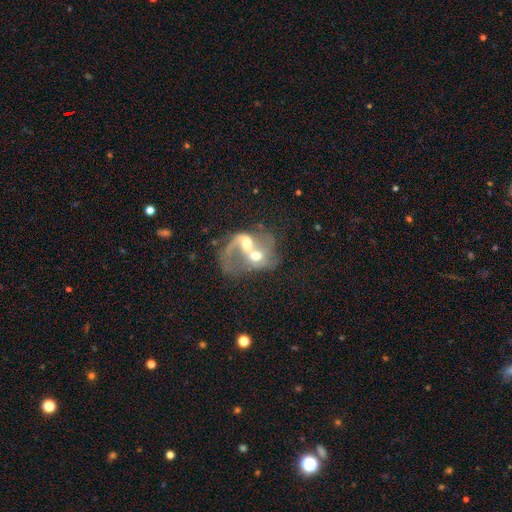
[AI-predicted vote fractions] smooth-or-featured: featured or disk: 64% | smooth: 28% | star or artifact: 8%
  disk-edge-on: no: 97% | yes: 3%
    bar: no: 68% | weak: 25% | strong: 7%
    has-spiral-arms: yes: 64% | no: 36%
    bulge-size: moderate: 64% | small: 15% | large: 14% | none: 5% | dominant: 2%
  merging: merger: 82% | major disturbance: 9% | none: 6% | minor disturbance: 3%